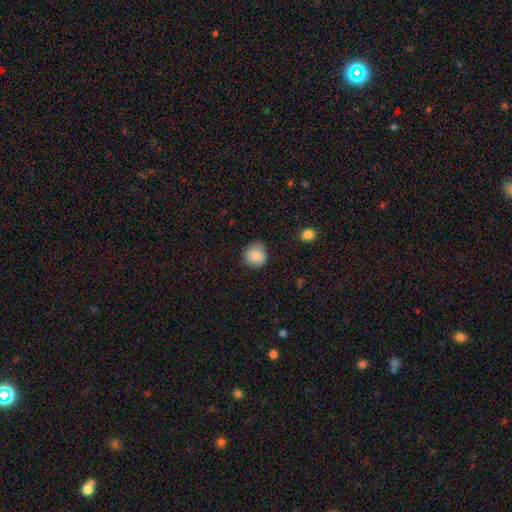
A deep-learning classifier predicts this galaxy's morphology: Smooth or featured?
  - smooth: 85% *
  - star or artifact: 9%
  - featured or disk: 6%
How rounded?
  - round: 88% *
  - in between: 11%
  - cigar-shaped: 1%
Merging?
  - none: 79% *
  - minor disturbance: 17%
  - major disturbance: 3%
  - merger: 1%